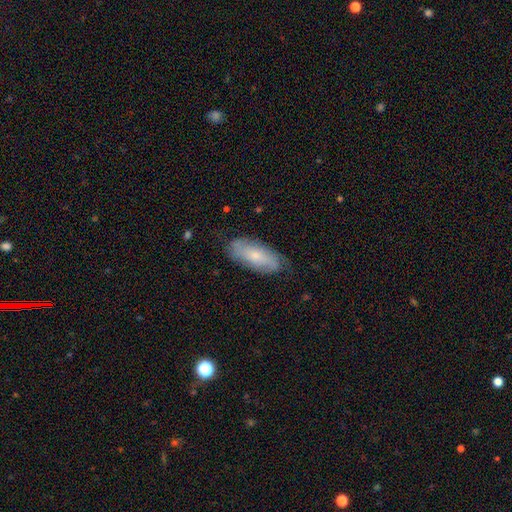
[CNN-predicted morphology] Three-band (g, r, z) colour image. It shows a smooth galaxy with no disk features (49%). Merging: none (72%).